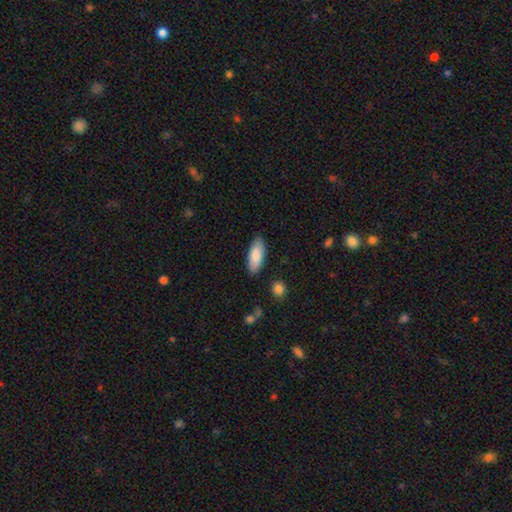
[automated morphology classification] A smooth galaxy with no disk features (87%) that is in between round and cigar-shaped (80%).

Vote fractions:
- Smooth or featured? smooth: 87% / featured or disk: 7% / star or artifact: 6%
- How rounded? in between: 80% / cigar-shaped: 19% / round: 2%
- Merging? none: 87% / minor disturbance: 10% / major disturbance: 2% / merger: 1%